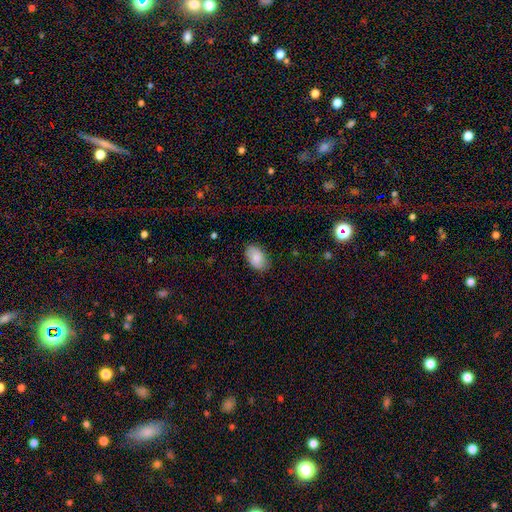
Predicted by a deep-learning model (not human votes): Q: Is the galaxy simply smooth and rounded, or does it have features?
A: smooth — 78%.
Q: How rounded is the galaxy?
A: in between — 91%.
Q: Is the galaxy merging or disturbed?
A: none — 83%.